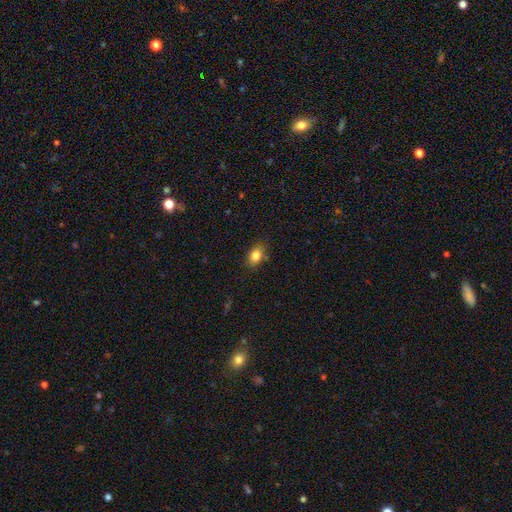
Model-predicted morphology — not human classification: smooth_or_featured: smooth (p=0.83) [alt: star or artifact p=0.09]
how_rounded: in between (p=0.81) [alt: round p=0.17]
merging: none (p=0.83) [alt: minor disturbance p=0.13]